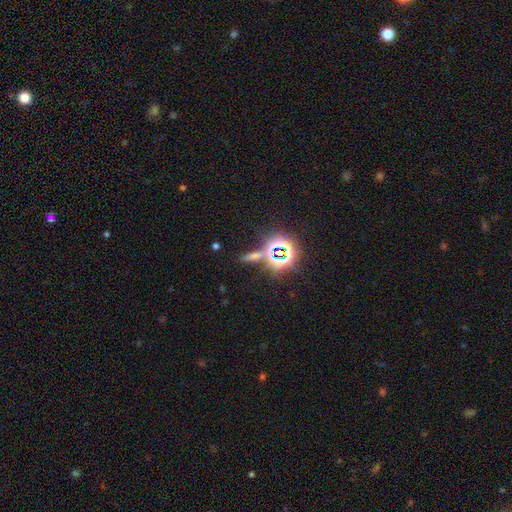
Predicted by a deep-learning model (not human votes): This is possibly a star or artifact rather than a galaxy (58%).